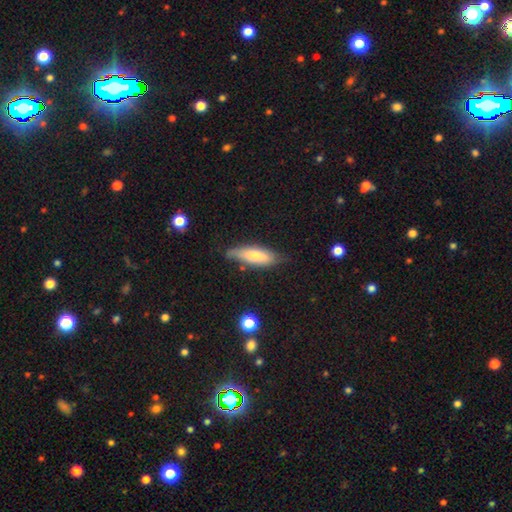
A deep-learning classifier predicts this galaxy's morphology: Smooth or featured? Predicted: smooth (p=0.70). How rounded? Predicted: in between (p=0.50). Merging? Predicted: none (p=0.65).